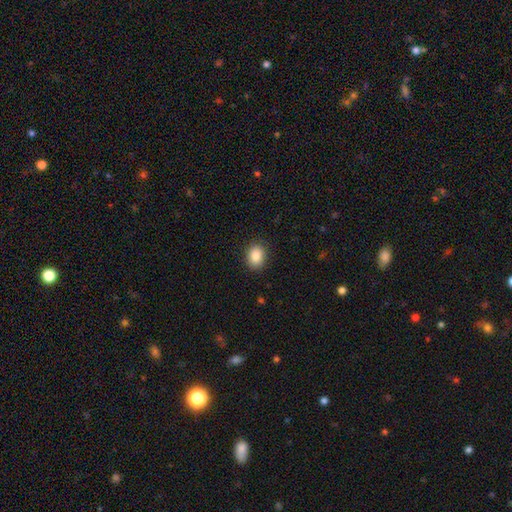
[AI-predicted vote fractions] A smooth galaxy with no disk features (87%) that is in between round and cigar-shaped (58%). Merging: none (88%).